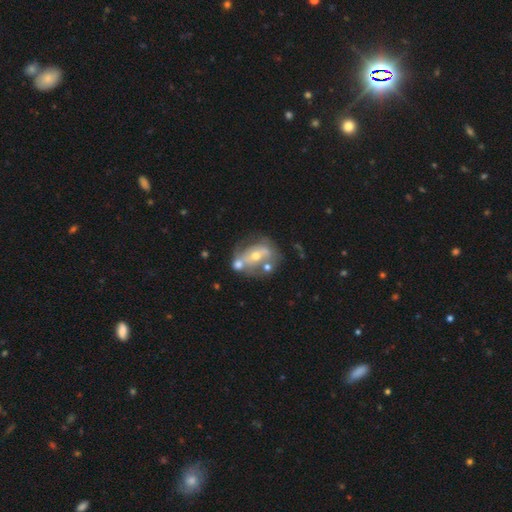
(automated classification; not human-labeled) Smooth or featured? featured or disk (69%)
Edge-on disk? no (94%)
Bar? no (49%)
Spiral arms? no (58%)
Bulge size? moderate (56%)
Merging? none (41%)